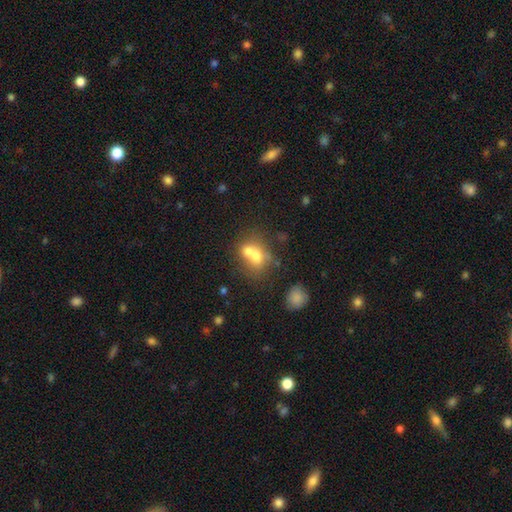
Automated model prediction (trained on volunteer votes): Q: Smooth or featured?
A: smooth (64%); runner-up: featured or disk (24%)
Q: How rounded?
A: round (56%); runner-up: in between (42%)
Q: Merging?
A: merger (65%); runner-up: none (23%)